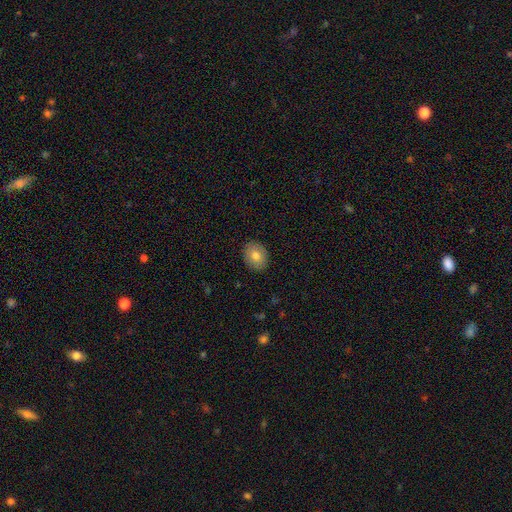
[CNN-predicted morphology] This is likely a smooth galaxy (77%). How rounded: possibly in between (56%). Merging: clearly none (89%).